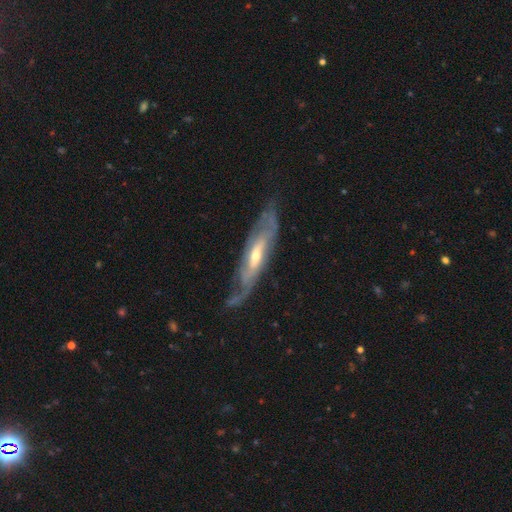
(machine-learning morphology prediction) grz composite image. It shows a featured or disk galaxy (82%) with a weak bar (40%, tied with no), spiral arms (88%) and a moderate central bulge (51%). Merging: none (66%).